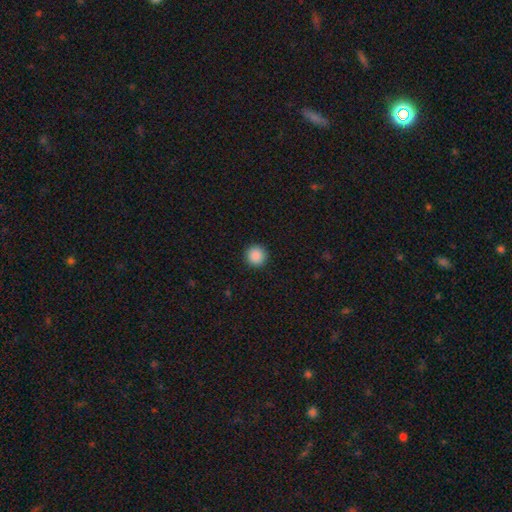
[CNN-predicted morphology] smooth_or_featured: smooth (p=0.89) [alt: star or artifact p=0.09]
how_rounded: round (p=0.95) [alt: in between p=0.04]
merging: none (p=0.93) [alt: minor disturbance p=0.04]